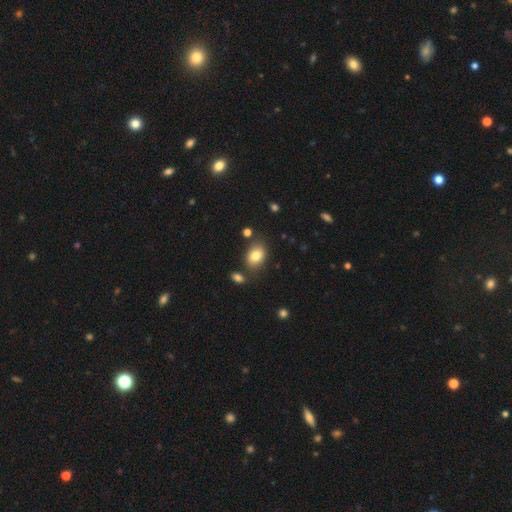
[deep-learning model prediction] The model was most divided on "how rounded": in between: 75%, round: 23%, cigar-shaped: 1%. More confident: smooth or featured — smooth (81%); merging — none (75%).